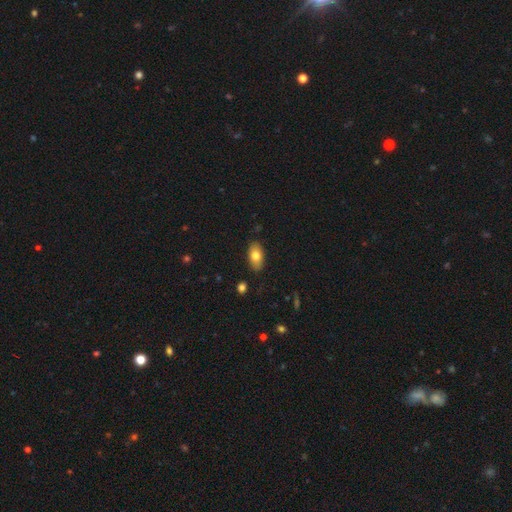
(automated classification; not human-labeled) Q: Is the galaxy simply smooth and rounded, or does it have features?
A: smooth — 77%.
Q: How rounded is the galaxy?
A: in between — 91%.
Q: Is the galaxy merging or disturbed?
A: none — 86%.